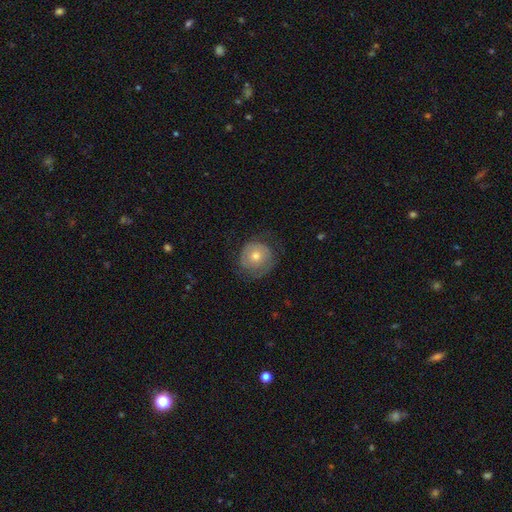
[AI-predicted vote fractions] smooth_or_featured: featured or disk (p=0.50) [alt: smooth p=0.42]
disk_edge_on: no (p=0.97) [alt: yes p=0.03]
merging: none (p=0.67) [alt: minor disturbance p=0.20]